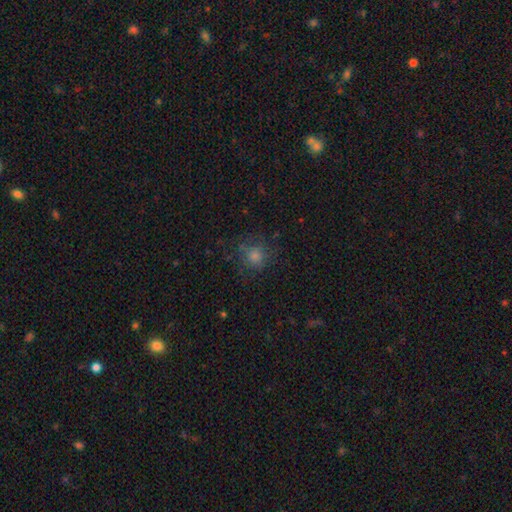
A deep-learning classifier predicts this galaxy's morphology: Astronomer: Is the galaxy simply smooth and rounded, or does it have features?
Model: smooth — 69%.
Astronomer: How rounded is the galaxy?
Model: round — 88%.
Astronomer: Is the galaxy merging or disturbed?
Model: none — 76%.